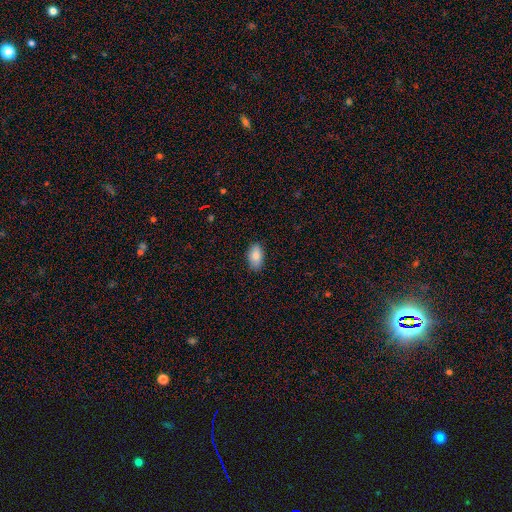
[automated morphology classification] This appears to be a smooth galaxy with no disk features (84%) that is in between round and cigar-shaped (93%). Merging: none (86%).